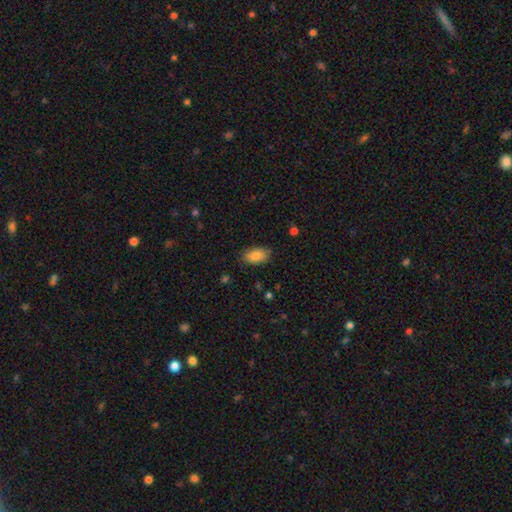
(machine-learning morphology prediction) This is clearly a smooth galaxy (86%). How rounded: clearly in between (93%). Merging: clearly none (81%).